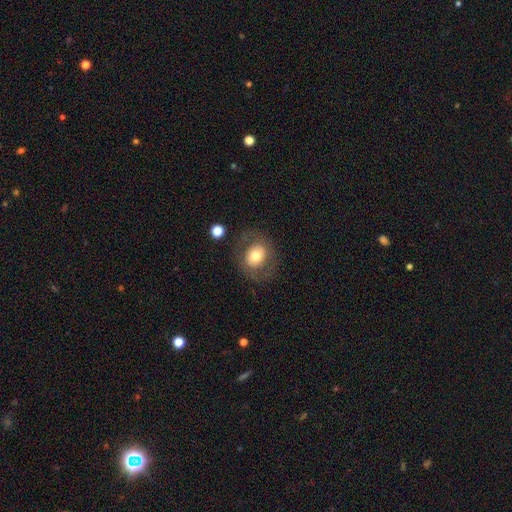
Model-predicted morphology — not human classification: Smooth or featured?
  - smooth: 62% *
  - featured or disk: 29%
  - star or artifact: 9%
How rounded?
  - round: 66% *
  - in between: 34%
  - cigar-shaped: 1%
Merging?
  - none: 76% *
  - minor disturbance: 12%
  - major disturbance: 9%
  - merger: 2%